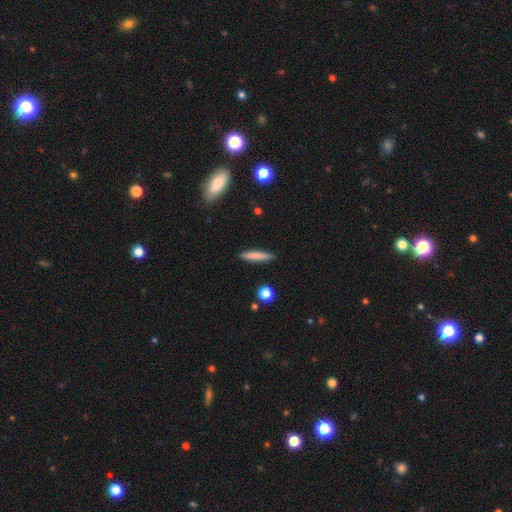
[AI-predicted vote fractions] Smooth or featured?
  - smooth: 76% *
  - featured or disk: 17%
  - star or artifact: 7%
How rounded?
  - cigar-shaped: 91% *
  - in between: 8%
  - round: 2%
Merging?
  - none: 90% *
  - minor disturbance: 7%
  - major disturbance: 2%
  - merger: 2%